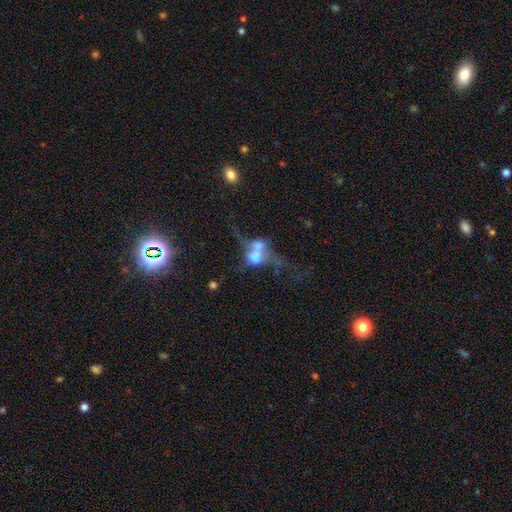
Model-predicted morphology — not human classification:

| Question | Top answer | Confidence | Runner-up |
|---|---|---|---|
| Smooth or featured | featured or disk | 47% | smooth (39%) |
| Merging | merger | 65% | major disturbance (17%) |